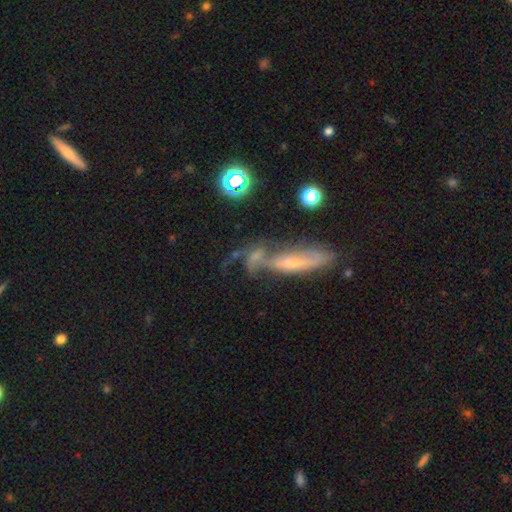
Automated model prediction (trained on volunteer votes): A featured or disk galaxy (42%). Merging: merger (37%).